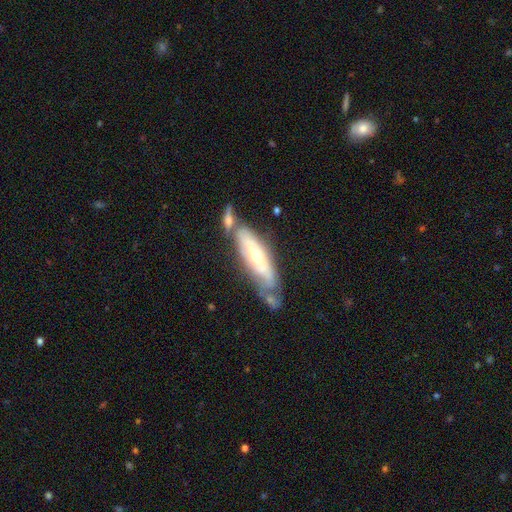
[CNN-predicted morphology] A featured or disk galaxy (62%).

Vote fractions:
- Smooth or featured? featured or disk: 62% / smooth: 32% / star or artifact: 6%
- Edge-on disk? no: 63% / yes: 37%
- Merging? none: 39% / merger: 30% / minor disturbance: 21% / major disturbance: 10%